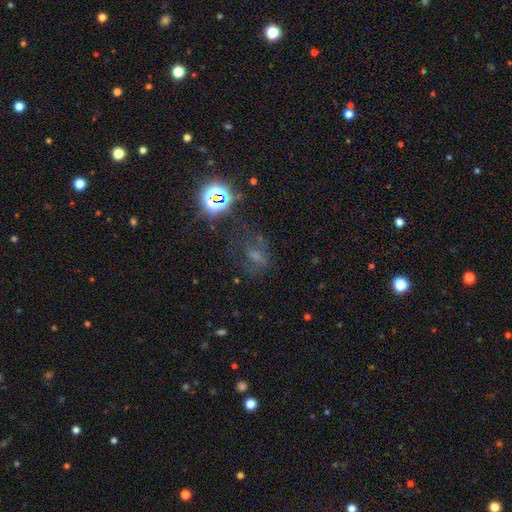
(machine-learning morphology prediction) Smooth or featured? star or artifact (40%)